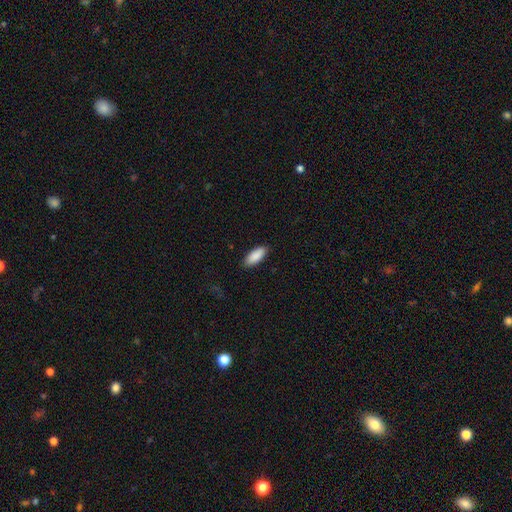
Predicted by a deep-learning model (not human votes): smooth 90%, star or artifact 6%, featured or disk 5%. Down the decision tree: how rounded — in between (81%); merging — none (88%).